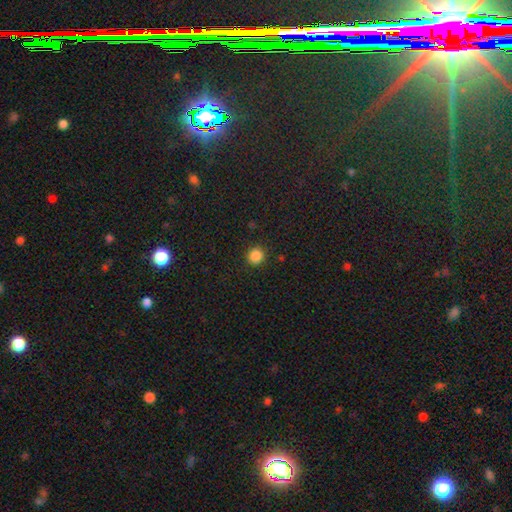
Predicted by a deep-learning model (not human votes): smooth_or_featured: smooth (p=0.86) [alt: star or artifact p=0.11]
how_rounded: round (p=0.93) [alt: in between p=0.06]
merging: none (p=0.91) [alt: minor disturbance p=0.06]